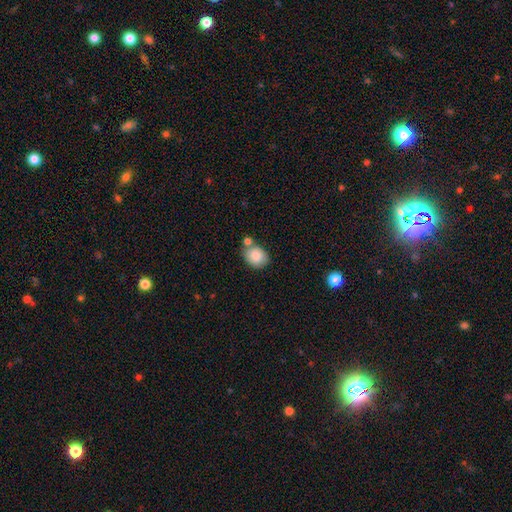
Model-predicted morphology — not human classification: Smooth or featured? Predicted: smooth (p=0.85). How rounded? Predicted: in between (p=0.50). Merging? Predicted: none (p=0.60).